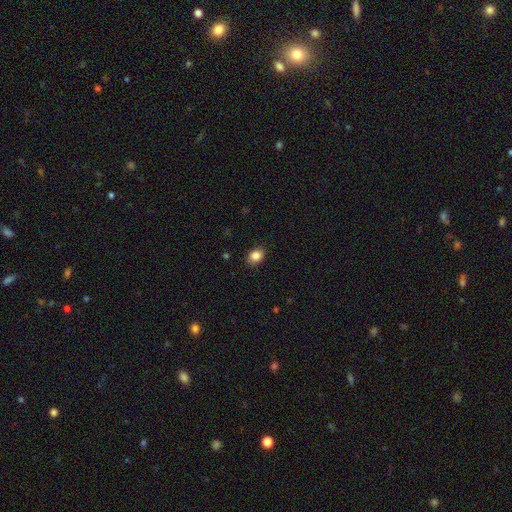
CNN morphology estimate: Q: Smooth or featured?
A: smooth (86%); runner-up: star or artifact (9%)
Q: How rounded?
A: in between (70%); runner-up: round (29%)
Q: Merging?
A: none (87%); runner-up: minor disturbance (9%)